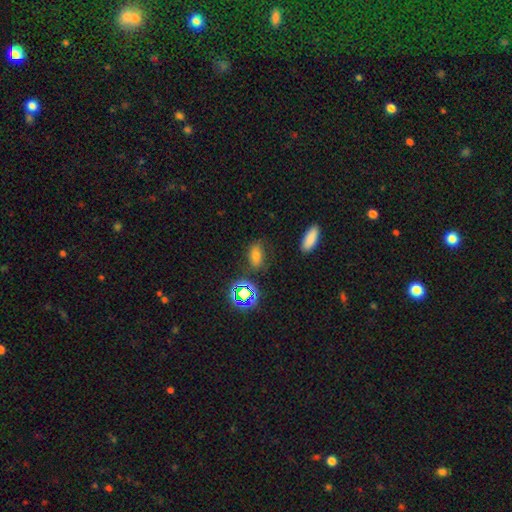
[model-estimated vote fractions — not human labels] Q: Smooth or featured?
A: smooth (66%); runner-up: star or artifact (23%)
Q: How rounded?
A: in between (83%); runner-up: round (12%)
Q: Merging?
A: none (74%); runner-up: minor disturbance (17%)